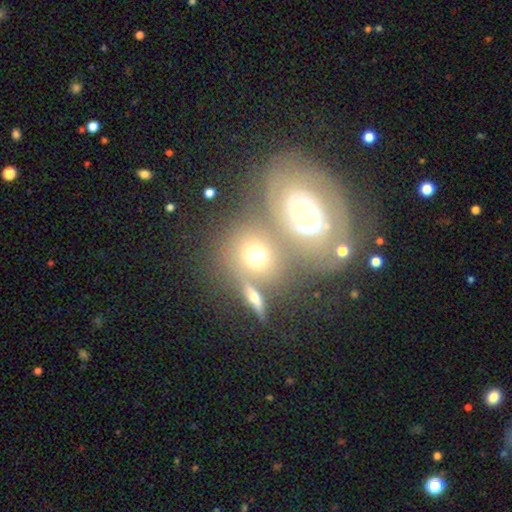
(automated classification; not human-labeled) Smooth or featured?
  - smooth: 54% *
  - featured or disk: 33%
  - star or artifact: 14%
How rounded?
  - round: 73% *
  - in between: 24%
  - cigar-shaped: 3%
Merging?
  - none: 49% *
  - merger: 34%
  - minor disturbance: 11%
  - major disturbance: 7%